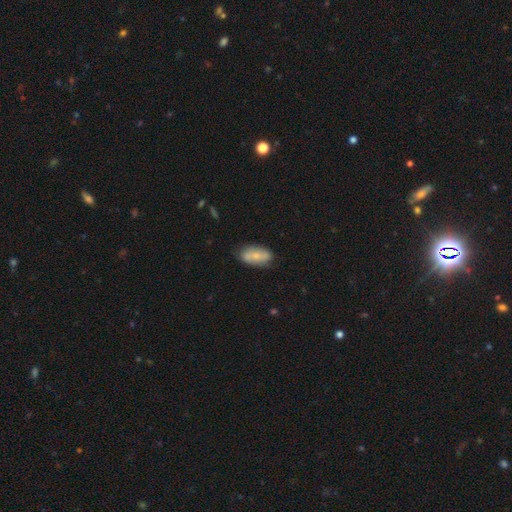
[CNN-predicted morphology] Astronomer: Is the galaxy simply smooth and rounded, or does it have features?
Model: smooth — 63%.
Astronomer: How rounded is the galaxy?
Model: in between — 90%.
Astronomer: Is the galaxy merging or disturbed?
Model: none — 75%.